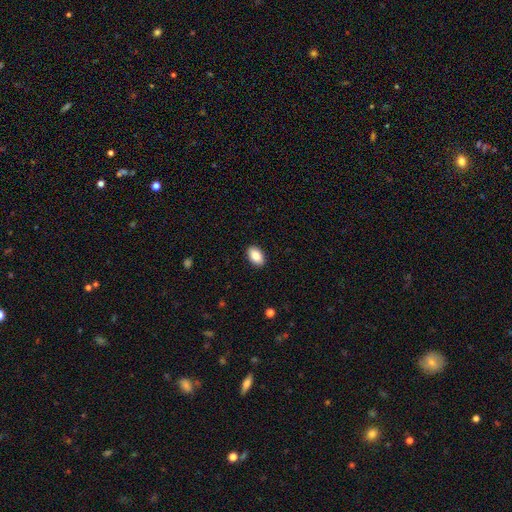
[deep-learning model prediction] A smooth galaxy with no disk features (87%) that is in between round and cigar-shaped (92%).

Vote fractions:
- Smooth or featured? smooth: 87% / star or artifact: 7% / featured or disk: 6%
- How rounded? in between: 92% / round: 7% / cigar-shaped: 1%
- Merging? none: 90% / minor disturbance: 7% / major disturbance: 2% / merger: 1%